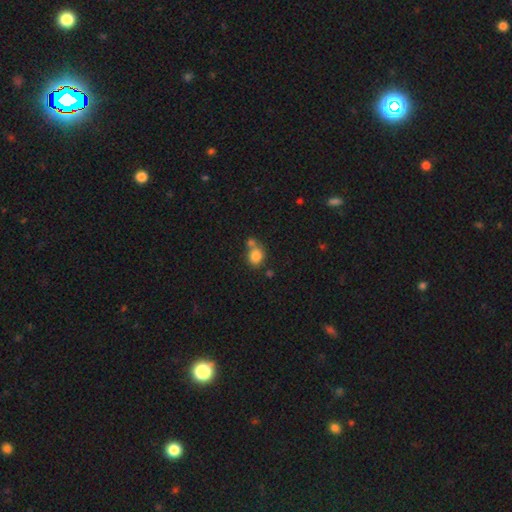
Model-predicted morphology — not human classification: Smooth or featured: smooth — 82% (star or artifact — 10%)
How rounded: round — 69% (in between — 30%)
Merging: none — 52% (merger — 33%)